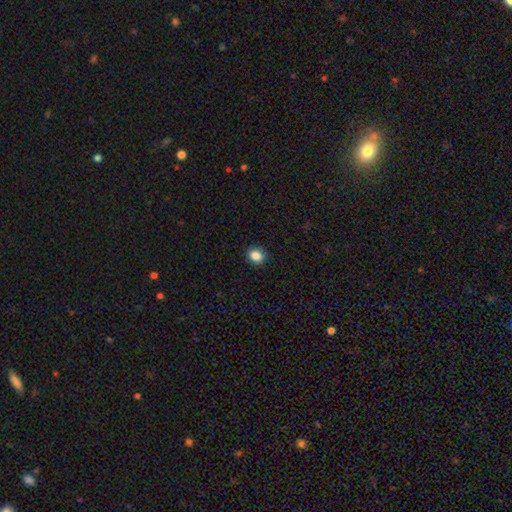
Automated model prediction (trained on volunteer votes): This is clearly a smooth galaxy (87%). How rounded: possibly round (58%). Merging: clearly none (89%).